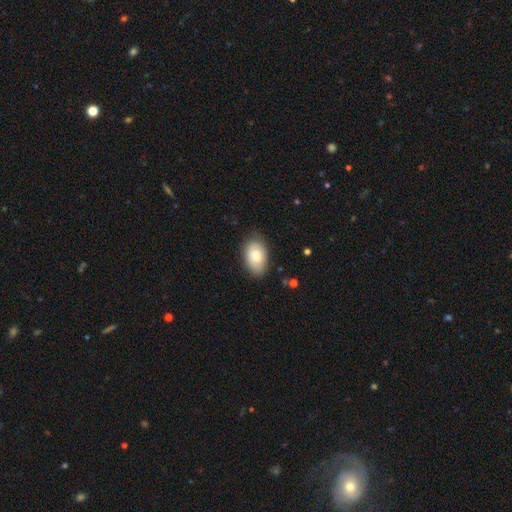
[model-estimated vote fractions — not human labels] This is likely a smooth galaxy (79%). How rounded: clearly in between (92%). Merging: likely none (80%).